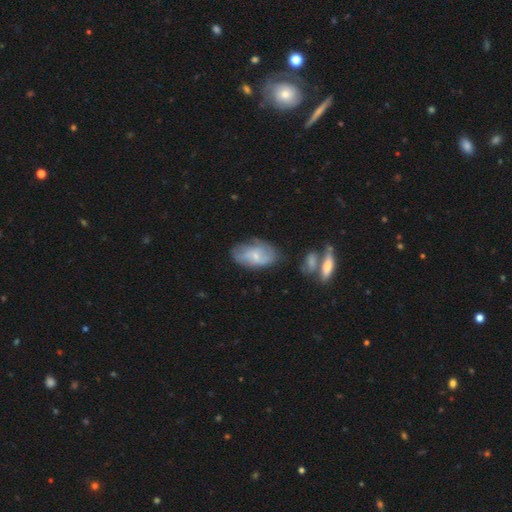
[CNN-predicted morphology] Smooth or featured?
  - featured or disk: 56% *
  - smooth: 37%
  - star or artifact: 7%
Edge-on disk?
  - no: 94% *
  - yes: 6%
Bar?
  - no: 61% *
  - weak: 33%
  - strong: 6%
Spiral arms?
  - yes: 73% *
  - no: 27%
Bulge size?
  - small: 69% *
  - moderate: 23%
  - none: 5%
  - large: 1%
  - dominant: 1%
Merging?
  - none: 57% *
  - minor disturbance: 26%
  - major disturbance: 10%
  - merger: 7%